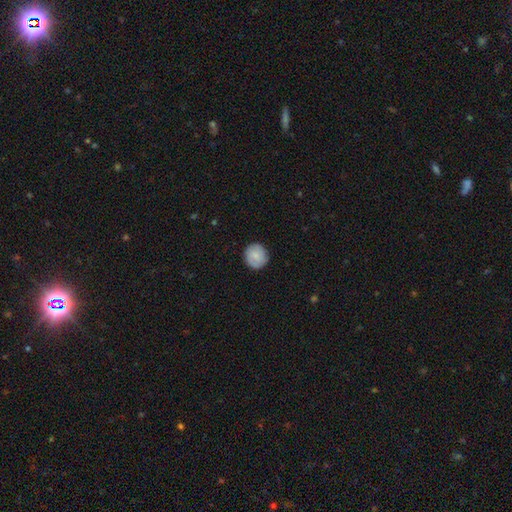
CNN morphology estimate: A smooth galaxy with no disk features (76%) that is round (89%).

Vote fractions:
- Smooth or featured? smooth: 76% / featured or disk: 17% / star or artifact: 7%
- How rounded? round: 89% / in between: 10% / cigar-shaped: 1%
- Merging? none: 87% / minor disturbance: 10% / major disturbance: 2% / merger: 1%